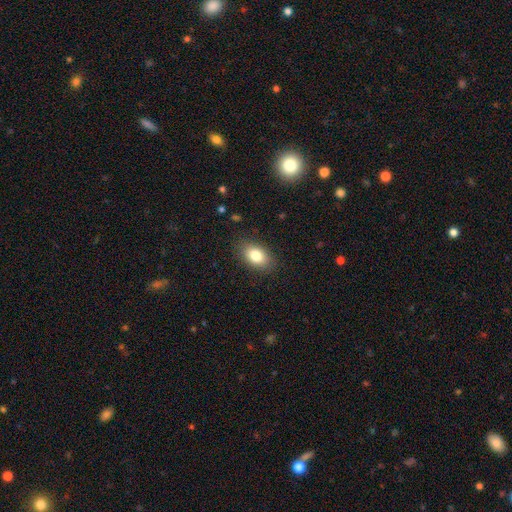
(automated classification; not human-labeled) Morphology: type=smooth (82%); roundness=in between (87%); merging=none (86%).